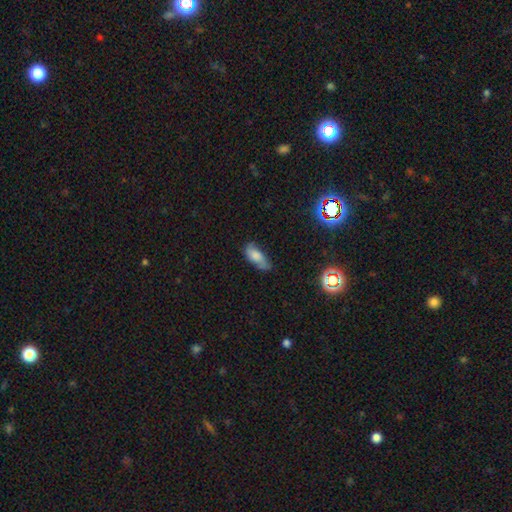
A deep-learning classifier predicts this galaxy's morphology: smooth 74%, featured or disk 16%, star or artifact 10%. Down the decision tree: how rounded — in between (81%); merging — none (52%).